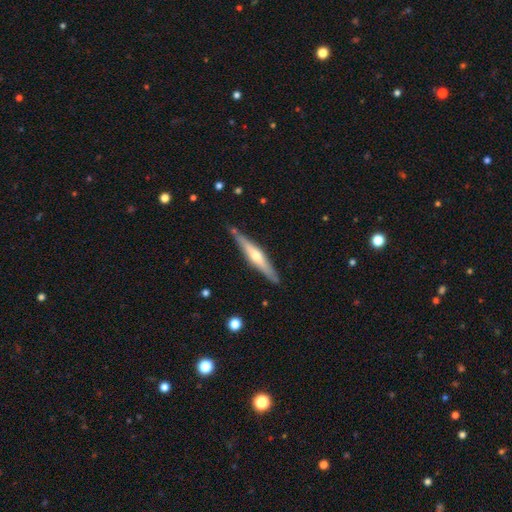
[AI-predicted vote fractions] smooth_or_featured: featured or disk (p=0.65) [alt: smooth p=0.30]
disk_edge_on: yes (p=0.96) [alt: no p=0.04]
edge_on_bulge: rounded (p=0.84) [alt: none p=0.09]
merging: none (p=0.86) [alt: minor disturbance p=0.10]